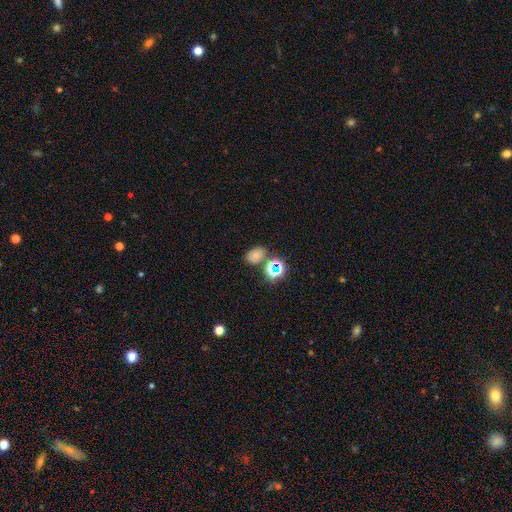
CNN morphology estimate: smooth 62%, star or artifact 26%, featured or disk 12%. Down the decision tree: how rounded — in between (76%); merging — none (68%).